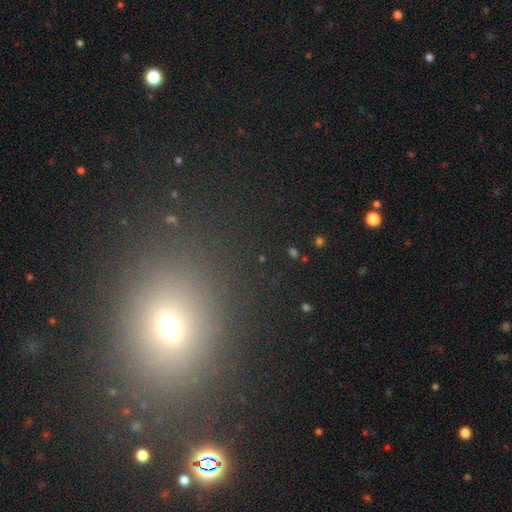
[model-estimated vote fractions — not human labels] A smooth galaxy with no disk features (49%). Merging: none (84%).